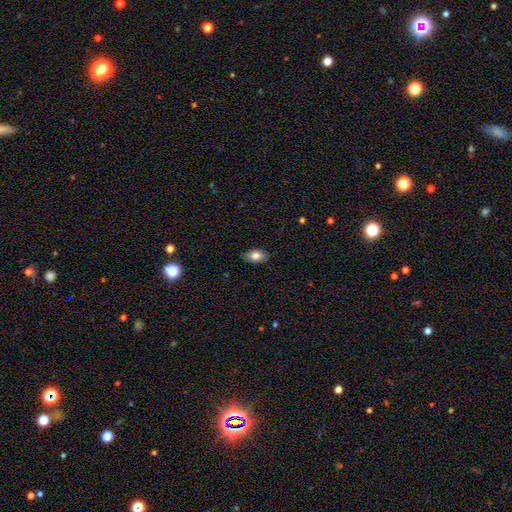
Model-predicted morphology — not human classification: Smooth or featured? Predicted: smooth (p=0.82). How rounded? Predicted: in between (p=0.91). Merging? Predicted: none (p=0.86).